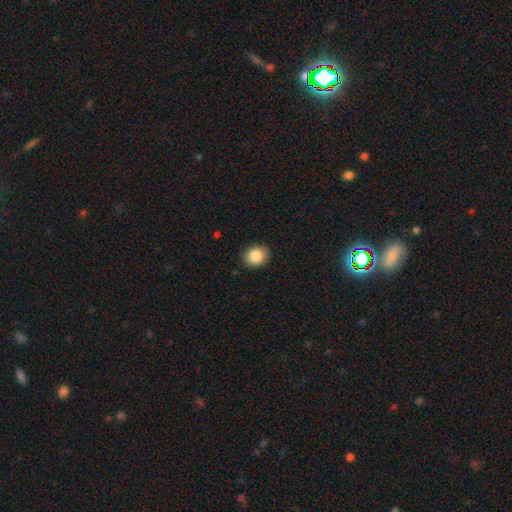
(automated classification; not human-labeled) smooth-or-featured: smooth: 87% | star or artifact: 8% | featured or disk: 5%
  how-rounded: round: 63% | in between: 36% | cigar-shaped: 1%
  merging: none: 88% | minor disturbance: 9% | major disturbance: 2% | merger: 1%